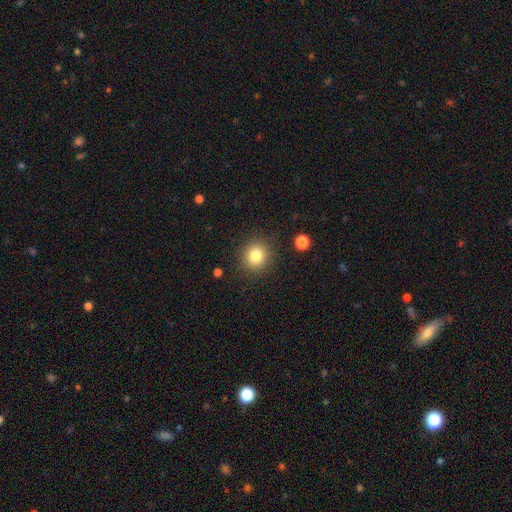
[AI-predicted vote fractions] A smooth galaxy with no disk features (81%) that is round (86%). Merging: none (88%).